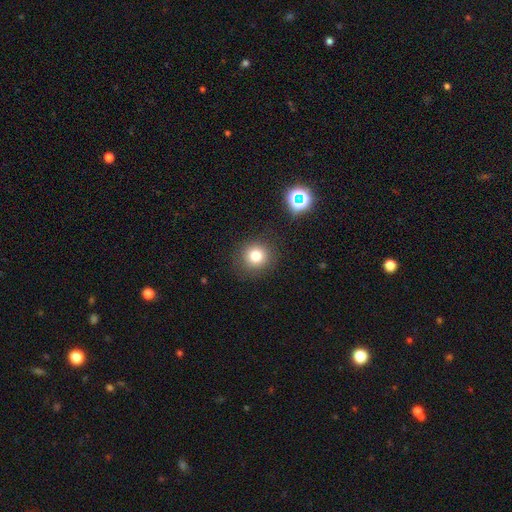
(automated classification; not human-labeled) smooth_or_featured: smooth (p=0.78) [alt: star or artifact p=0.14]
how_rounded: round (p=0.92) [alt: in between p=0.07]
merging: none (p=0.87) [alt: minor disturbance p=0.08]